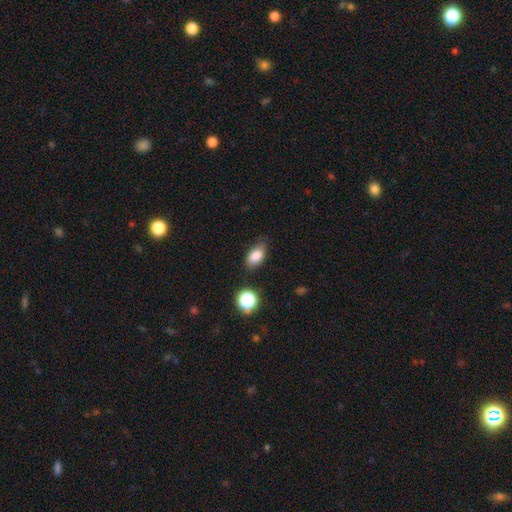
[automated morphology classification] Q: Smooth or featured?
A: smooth (84%); runner-up: star or artifact (10%)
Q: How rounded?
A: in between (88%); runner-up: round (8%)
Q: Merging?
A: none (72%); runner-up: minor disturbance (21%)